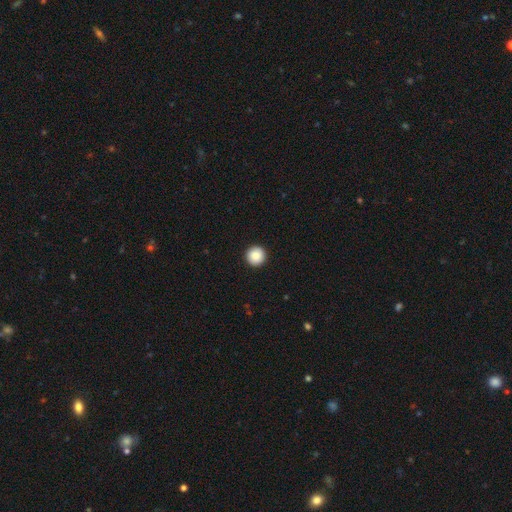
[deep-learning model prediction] A smooth galaxy with no disk features (88%) that is round (97%). Merging: none (94%).